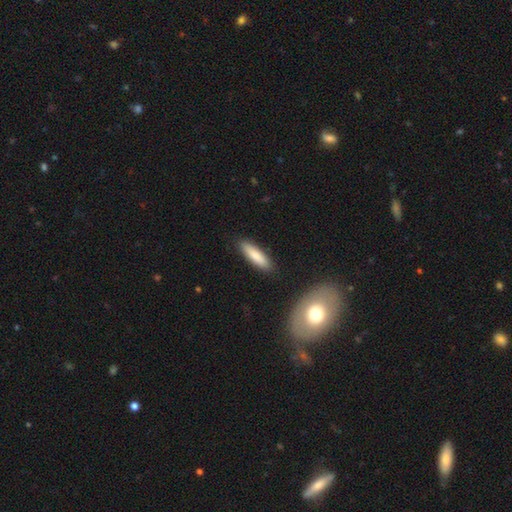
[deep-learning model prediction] Overall: smooth (81%). How rounded: cigar-shaped (66%; in between 32%). Merging: none (87%).